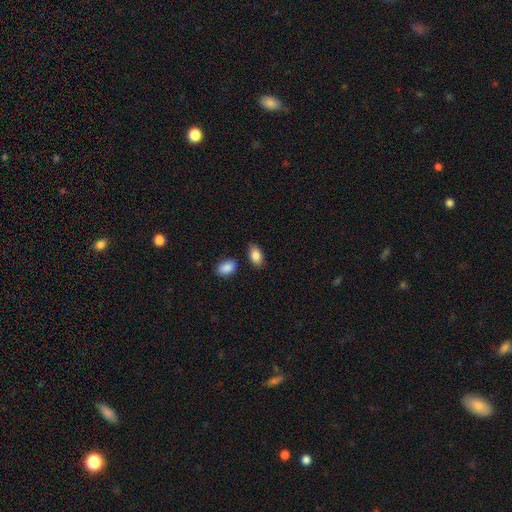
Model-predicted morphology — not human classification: Smooth or featured? Predicted: smooth (p=0.86). How rounded? Predicted: in between (p=0.90). Merging? Predicted: none (p=0.80).